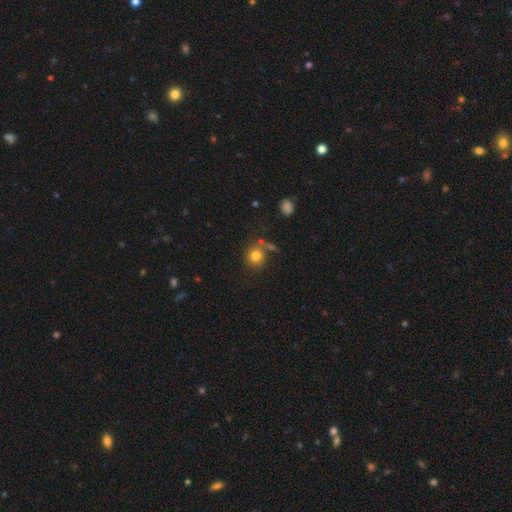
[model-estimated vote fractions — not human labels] A smooth galaxy with no disk features (79%) that is round (87%).

Vote fractions:
- Smooth or featured? smooth: 79% / star or artifact: 12% / featured or disk: 9%
- How rounded? round: 87% / in between: 12% / cigar-shaped: 1%
- Merging? none: 70% / merger: 14% / minor disturbance: 12% / major disturbance: 5%